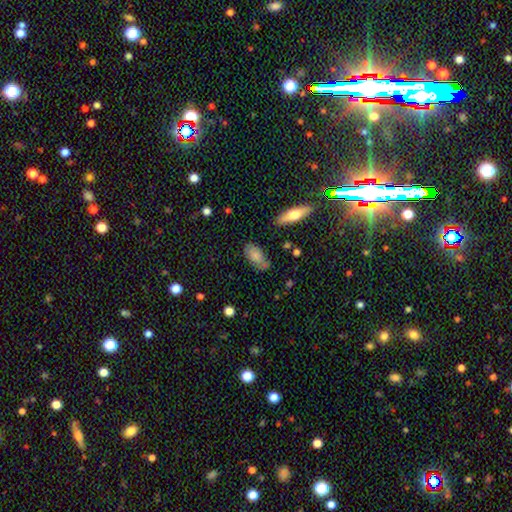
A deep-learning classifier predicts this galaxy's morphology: Overall: smooth (75%). How rounded: in between (89%). Merging: none (66%).